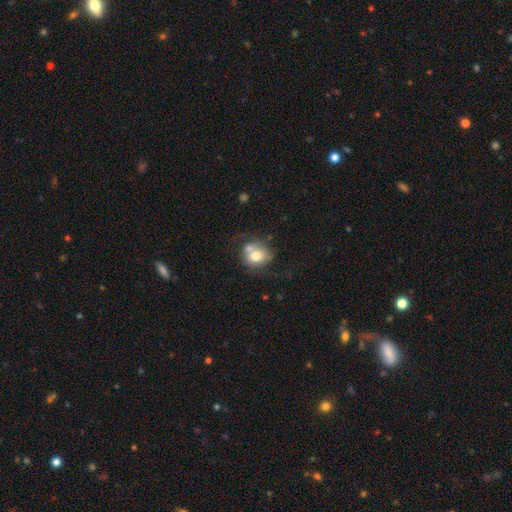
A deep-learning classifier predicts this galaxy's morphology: A smooth galaxy with no disk features (68%) that is round (73%). Merging: none (45%).